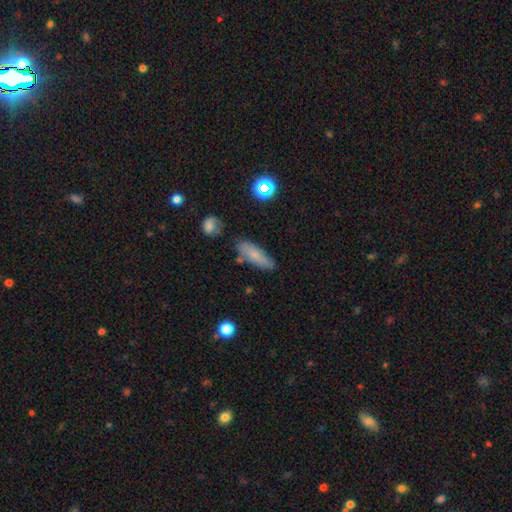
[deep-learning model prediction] smooth-or-featured: smooth: 74% | featured or disk: 18% | star or artifact: 9%
  how-rounded: in between: 57% | cigar-shaped: 40% | round: 3%
  merging: none: 70% | minor disturbance: 19% | merger: 6% | major disturbance: 4%